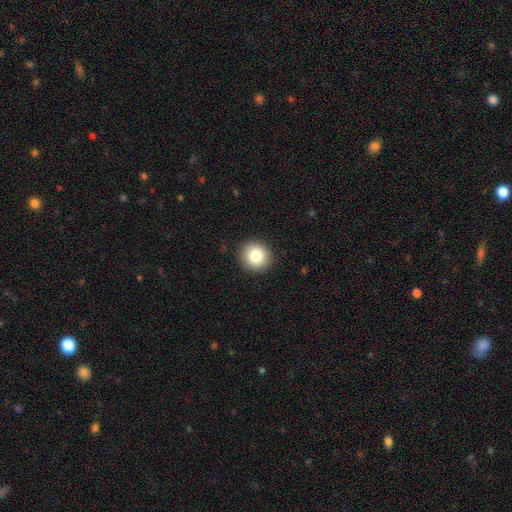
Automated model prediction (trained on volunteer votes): smooth-or-featured: smooth: 84% | star or artifact: 9% | featured or disk: 7%
  how-rounded: round: 90% | in between: 9% | cigar-shaped: 1%
  merging: none: 91% | minor disturbance: 6% | major disturbance: 2% | merger: 1%